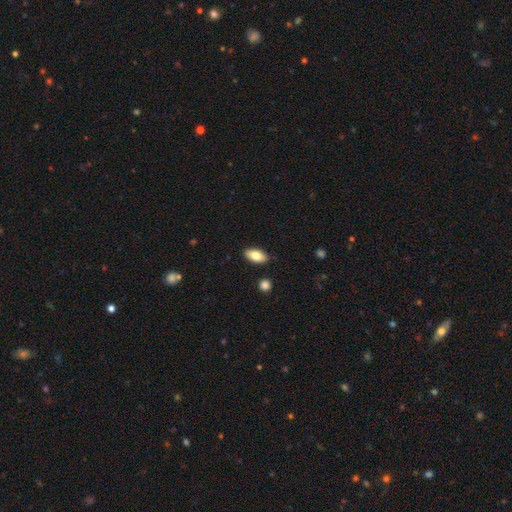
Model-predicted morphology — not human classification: smooth-or-featured: smooth: 80% | featured or disk: 13% | star or artifact: 7%
  how-rounded: in between: 91% | cigar-shaped: 5% | round: 3%
  merging: none: 87% | minor disturbance: 9% | merger: 2% | major disturbance: 2%